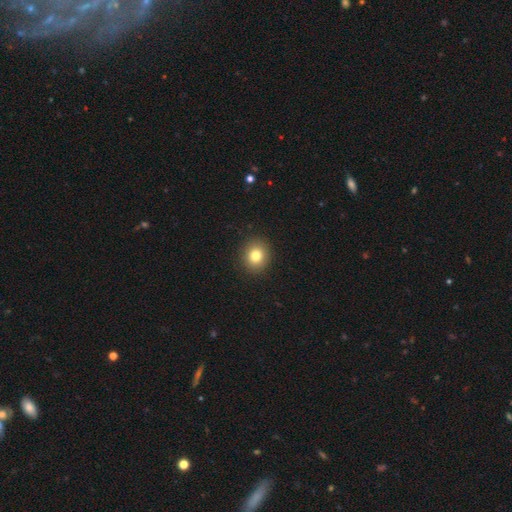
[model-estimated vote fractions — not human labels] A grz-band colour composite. It shows a smooth galaxy with no disk features (81%) that is round (76%). Merging: none (91%).